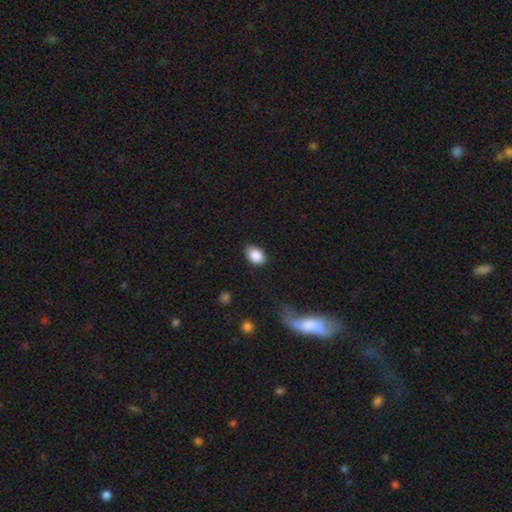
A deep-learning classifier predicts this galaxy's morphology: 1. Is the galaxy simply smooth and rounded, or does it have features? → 87% smooth, 8% star or artifact, 5% featured or disk.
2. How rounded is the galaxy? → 83% in between, 16% round, 1% cigar-shaped.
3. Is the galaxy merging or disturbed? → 82% none, 14% minor disturbance, 3% major disturbance, 1% merger.